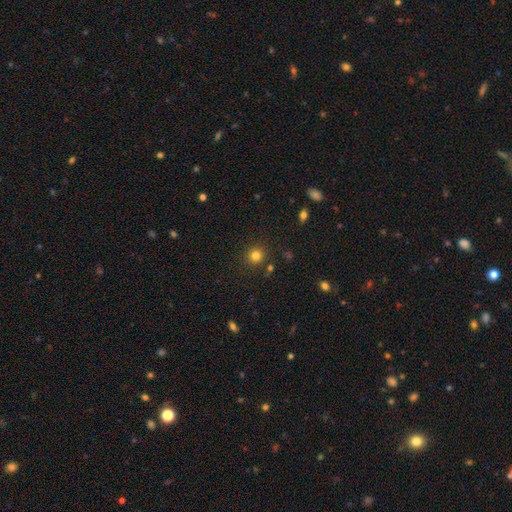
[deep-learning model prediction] This is clearly a smooth galaxy (81%). How rounded: clearly round (93%). Merging: clearly none (88%).